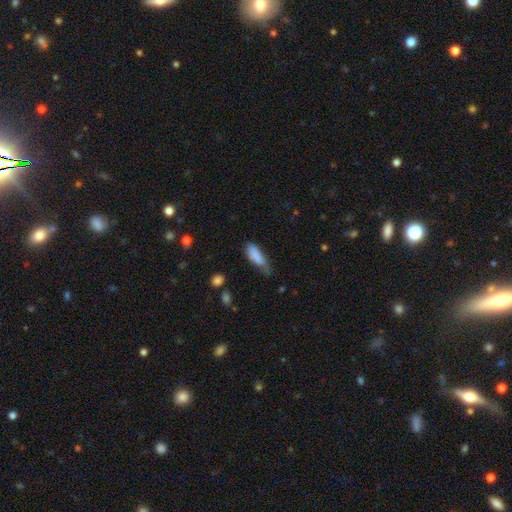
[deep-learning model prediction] smooth 81%, featured or disk 11%, star or artifact 7%. Down the decision tree: how rounded — in between (56%); merging — minor disturbance (44%).